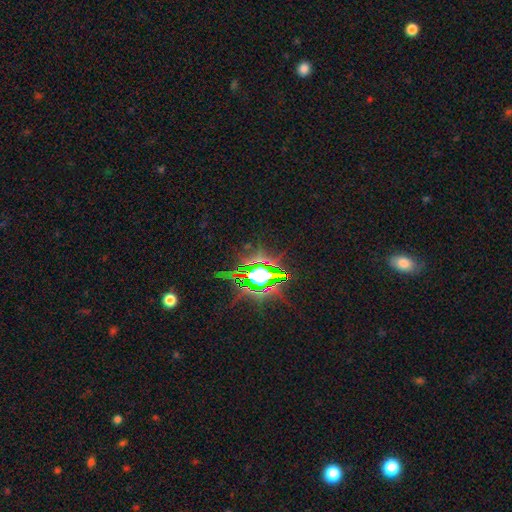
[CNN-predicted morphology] A star or artifact, not a galaxy (82%).